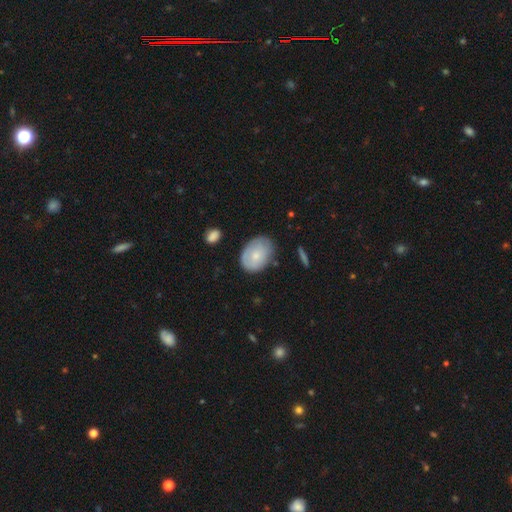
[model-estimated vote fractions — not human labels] A smooth galaxy with no disk features (68%) that is in between round and cigar-shaped (76%).

Vote fractions:
- Smooth or featured? smooth: 68% / featured or disk: 26% / star or artifact: 6%
- How rounded? in between: 76% / round: 22% / cigar-shaped: 1%
- Merging? none: 69% / minor disturbance: 23% / major disturbance: 5% / merger: 3%